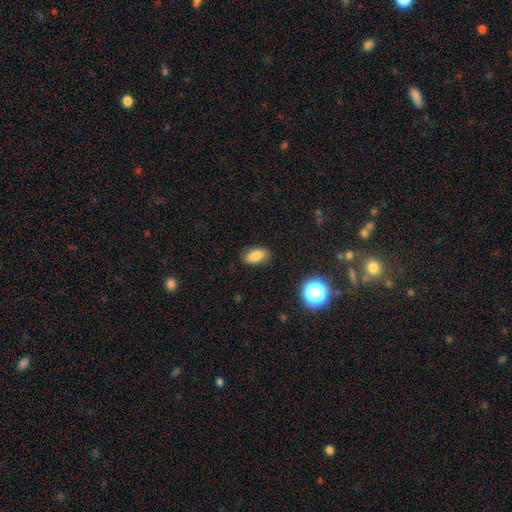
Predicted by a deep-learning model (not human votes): smooth_or_featured: smooth (p=0.83) [alt: star or artifact p=0.10]
how_rounded: in between (p=0.90) [alt: round p=0.07]
merging: none (p=0.86) [alt: minor disturbance p=0.10]